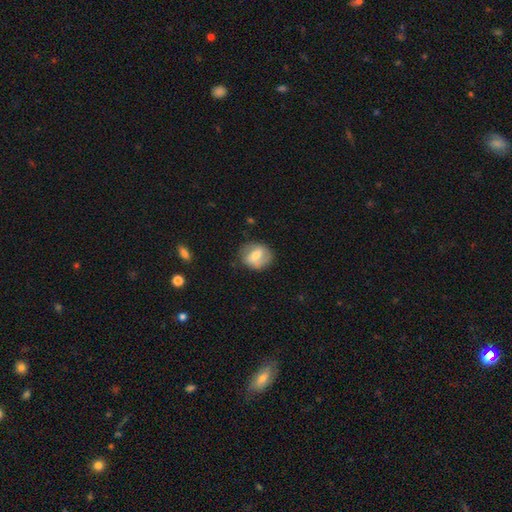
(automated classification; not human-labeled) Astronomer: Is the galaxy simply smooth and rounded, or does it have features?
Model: smooth — 49% (runner-up: featured or disk, 44%).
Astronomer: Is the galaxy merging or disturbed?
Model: none — 75%.